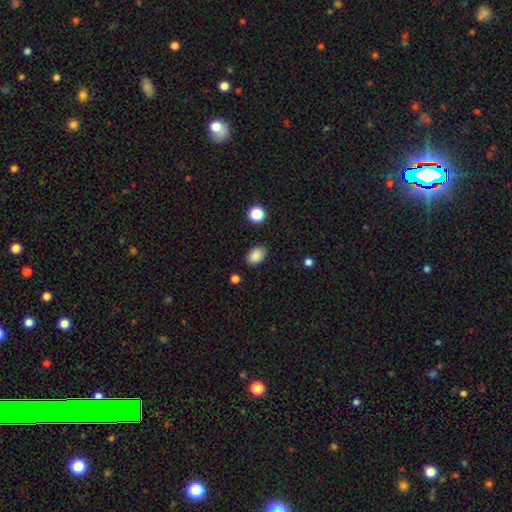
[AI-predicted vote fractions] Smooth or featured: smooth — 88% (star or artifact — 9%)
How rounded: in between — 83% (round — 16%)
Merging: none — 85% (minor disturbance — 10%)